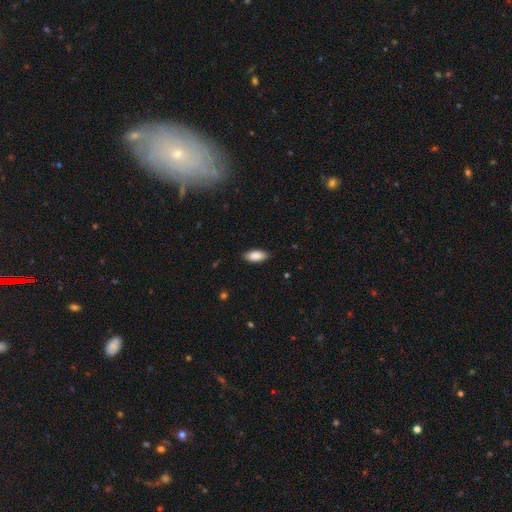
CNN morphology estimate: Smooth or featured?
  - smooth: 89% *
  - star or artifact: 6%
  - featured or disk: 5%
How rounded?
  - in between: 90% *
  - cigar-shaped: 8%
  - round: 2%
Merging?
  - none: 87% *
  - minor disturbance: 10%
  - major disturbance: 2%
  - merger: 1%